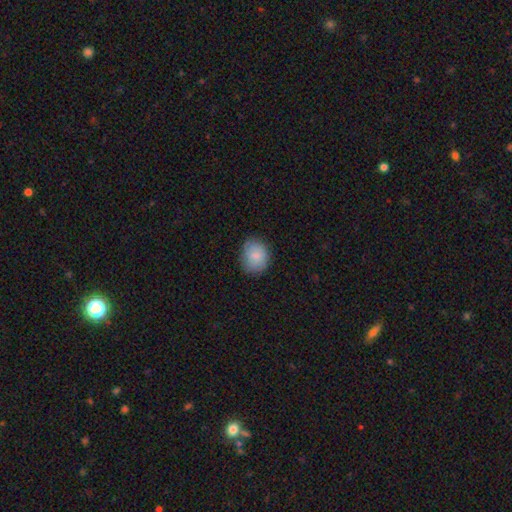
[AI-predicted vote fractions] The model was most divided on "how rounded": round: 60%, in between: 40%, cigar-shaped: 1%. More confident: smooth or featured — smooth (83%); merging — none (79%).